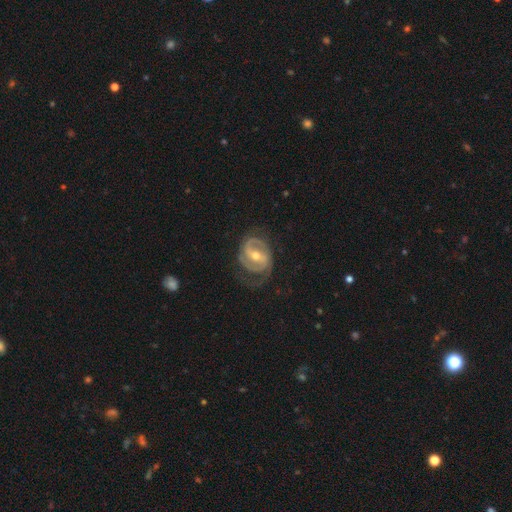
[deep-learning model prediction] Overall: featured or disk (89%). Edge-on disk: no (97%). Bar: weak (41%, tied with strong). Spiral arms: yes (96%). Spiral arm count: 2 (79%). Spiral winding: tight (48%; medium 40%). Bulge size: moderate (66%; small 29%). Merging: none (67%).